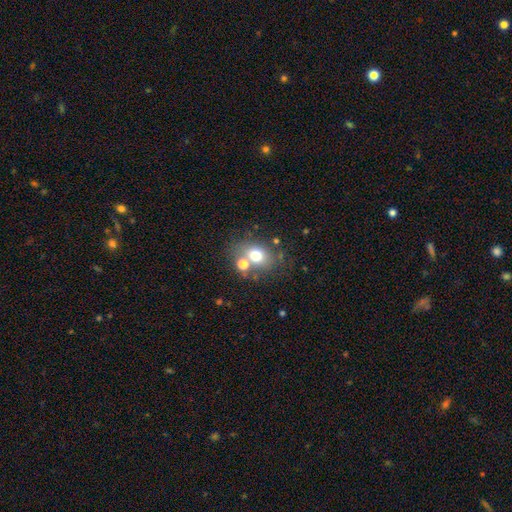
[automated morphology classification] A smooth galaxy with no disk features (69%) that is round (54%).

Vote fractions:
- Smooth or featured? smooth: 69% / featured or disk: 16% / star or artifact: 14%
- How rounded? round: 54% / in between: 46% / cigar-shaped: 1%
- Merging? none: 59% / merger: 23% / minor disturbance: 12% / major disturbance: 6%